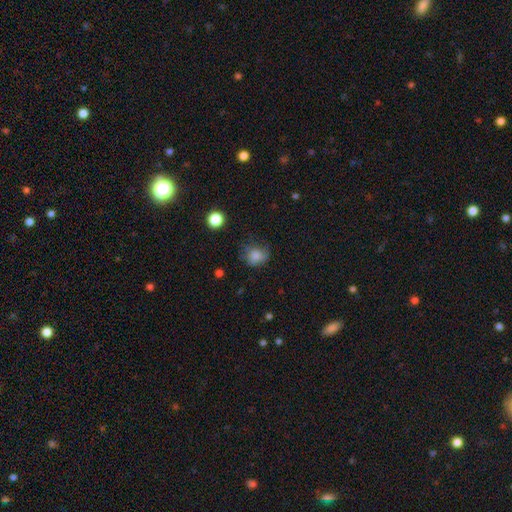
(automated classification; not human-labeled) Smooth or featured? Predicted: smooth (p=0.77). How rounded? Predicted: round (p=0.71). Merging? Predicted: none (p=0.58).